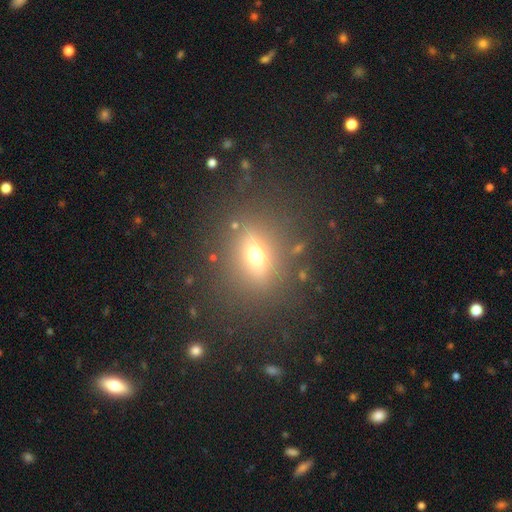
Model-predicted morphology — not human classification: This appears to be a smooth galaxy with no disk features (52%) that is in between round and cigar-shaped (49%). Merging: none (82%).